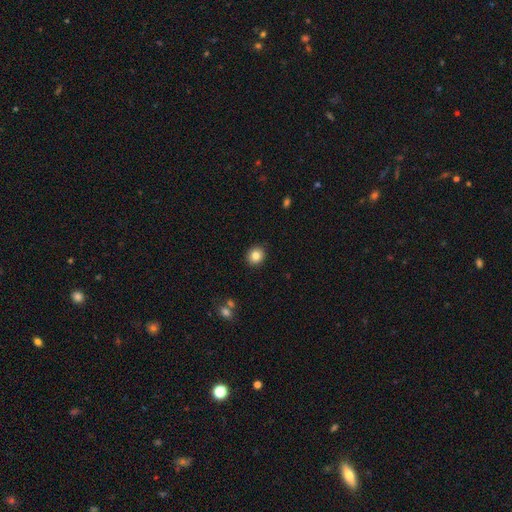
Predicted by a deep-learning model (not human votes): Morphology: type=smooth (84%); roundness=round (77%); merging=none (90%).